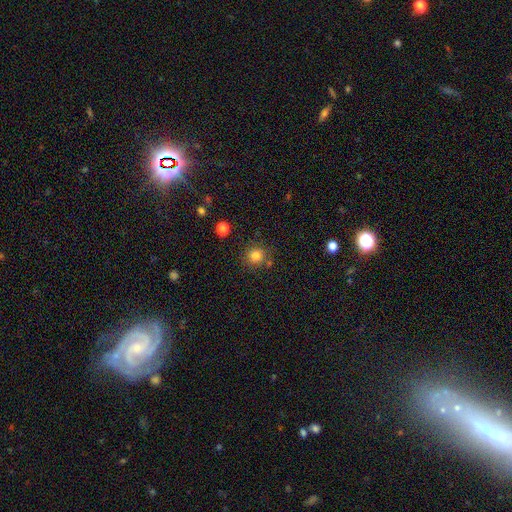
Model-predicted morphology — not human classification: Overall: smooth (82%). How rounded: round (89%). Merging: none (80%).